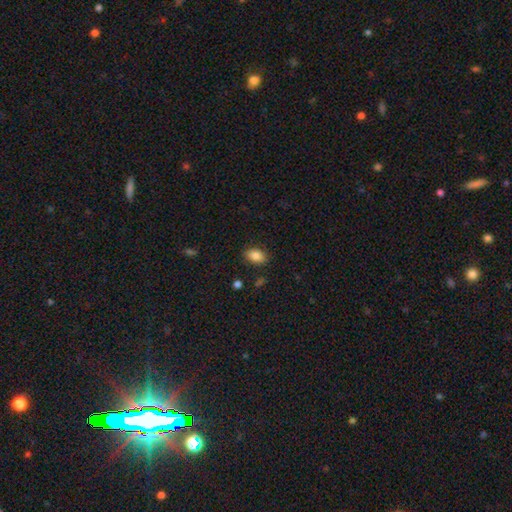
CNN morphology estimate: Smooth or featured: smooth — 84% (star or artifact — 9%)
How rounded: in between — 84% (round — 15%)
Merging: none — 84% (minor disturbance — 11%)